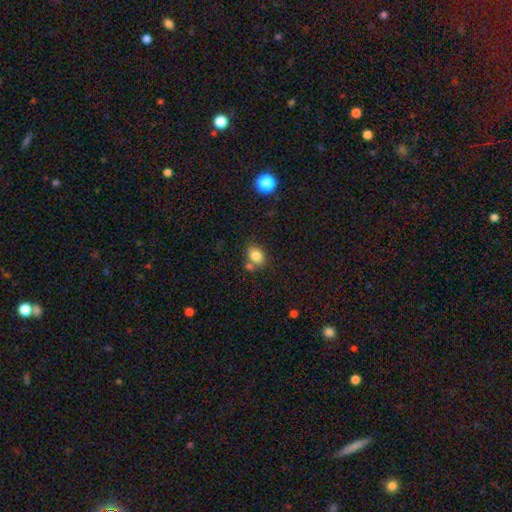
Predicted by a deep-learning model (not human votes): A smooth galaxy with no disk features (81%) that is in between round and cigar-shaped (61%). Merging: none (58%).